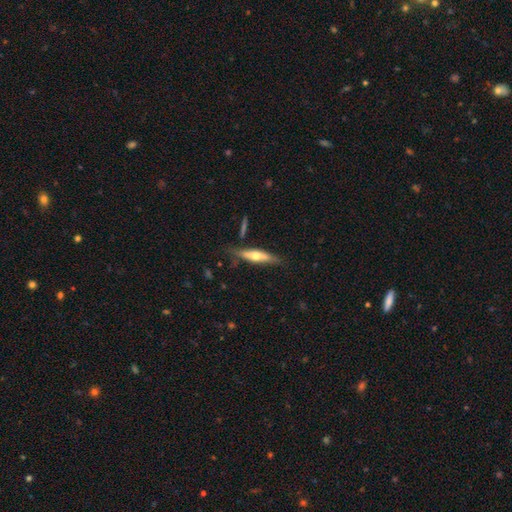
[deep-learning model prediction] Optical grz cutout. It shows a featured or disk galaxy (52%) viewed edge-on (86%). Merging: none (74%).